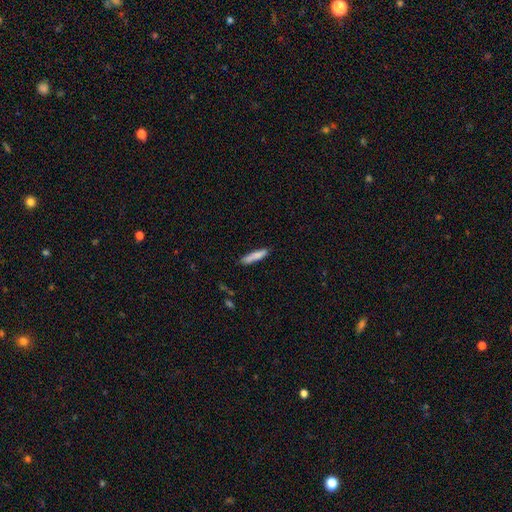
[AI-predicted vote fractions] This appears to be a smooth galaxy with no disk features (82%) that is cigar-shaped (86%). Merging: none (83%).